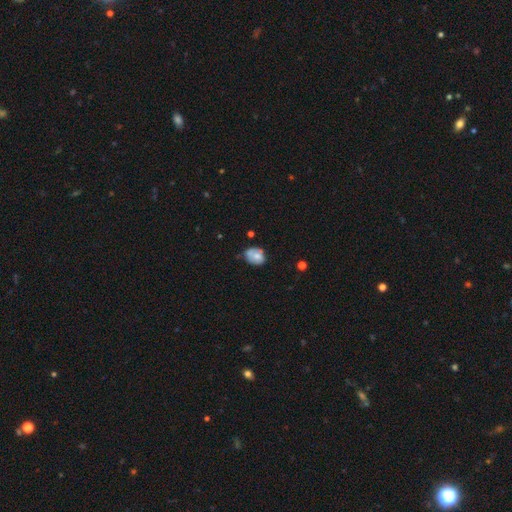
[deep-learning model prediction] This appears to be a smooth galaxy with no disk features (64%) that is in between round and cigar-shaped (61%). Merging: none (50%).